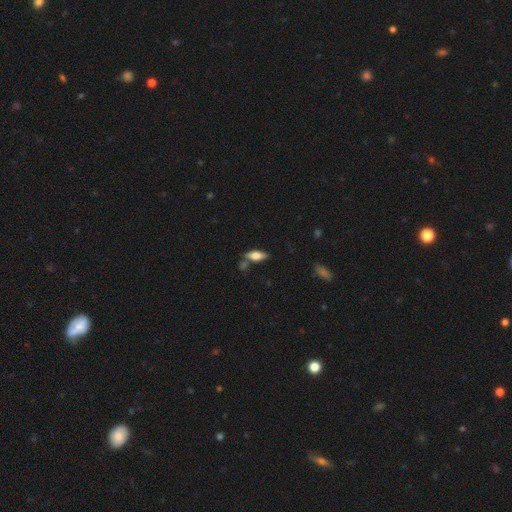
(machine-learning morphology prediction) A smooth galaxy with no disk features (61%) that is in between round and cigar-shaped (67%).

Vote fractions:
- Smooth or featured? smooth: 61% / featured or disk: 32% / star or artifact: 8%
- How rounded? in between: 67% / cigar-shaped: 30% / round: 3%
- Merging? none: 69% / minor disturbance: 15% / merger: 11% / major disturbance: 4%